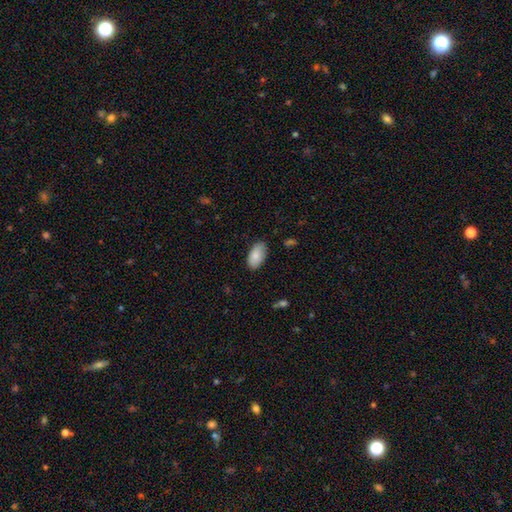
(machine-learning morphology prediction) smooth 86%, featured or disk 8%, star or artifact 6%. Down the decision tree: how rounded — in between (95%); merging — none (80%).